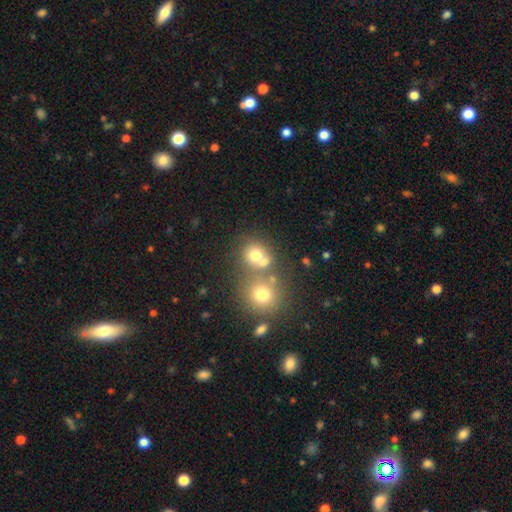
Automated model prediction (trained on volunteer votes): Overall: smooth (70%). How rounded: round (81%). Merging: none (45%; merger 42%).